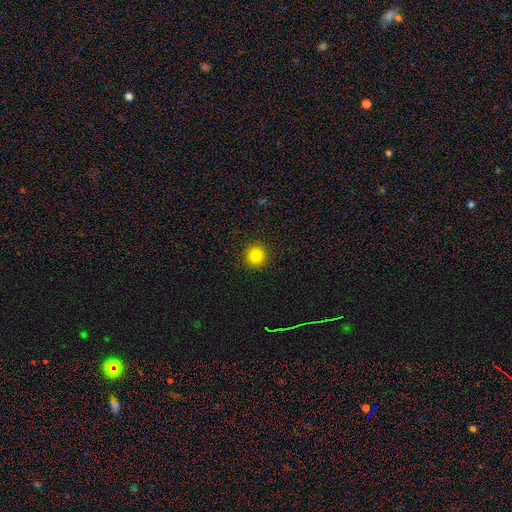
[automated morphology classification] A smooth galaxy with no disk features (83%) that is round (94%).

Vote fractions:
- Smooth or featured? smooth: 83% / star or artifact: 12% / featured or disk: 5%
- How rounded? round: 94% / in between: 5% / cigar-shaped: 1%
- Merging? none: 92% / minor disturbance: 5% / major disturbance: 2% / merger: 1%